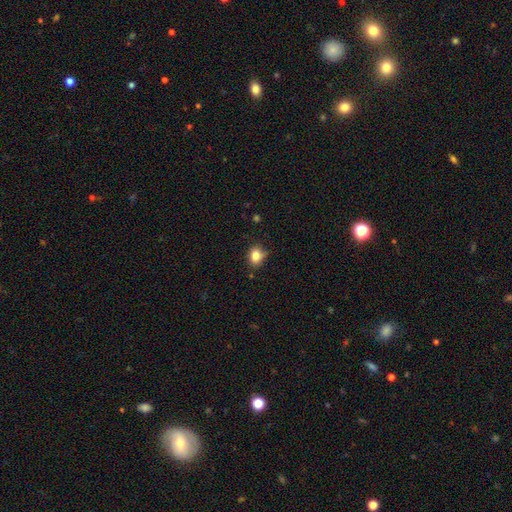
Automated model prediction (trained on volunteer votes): Smooth or featured?
  - smooth: 82% *
  - star or artifact: 11%
  - featured or disk: 7%
How rounded?
  - round: 53% *
  - in between: 46%
  - cigar-shaped: 1%
Merging?
  - none: 72% *
  - minor disturbance: 22%
  - major disturbance: 4%
  - merger: 2%